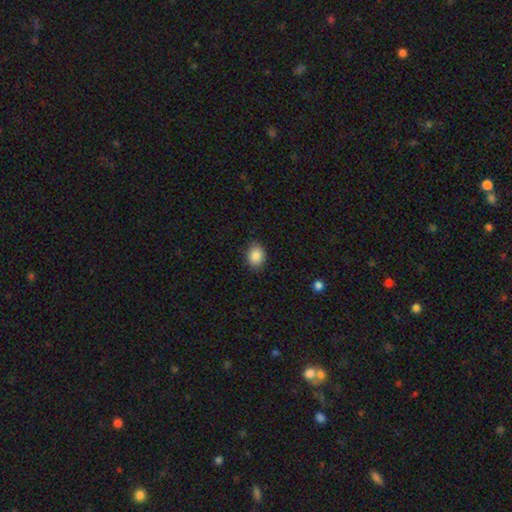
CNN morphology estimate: Smooth or featured? Predicted: smooth (p=0.87). How rounded? Predicted: in between (p=0.60). Merging? Predicted: none (p=0.85).